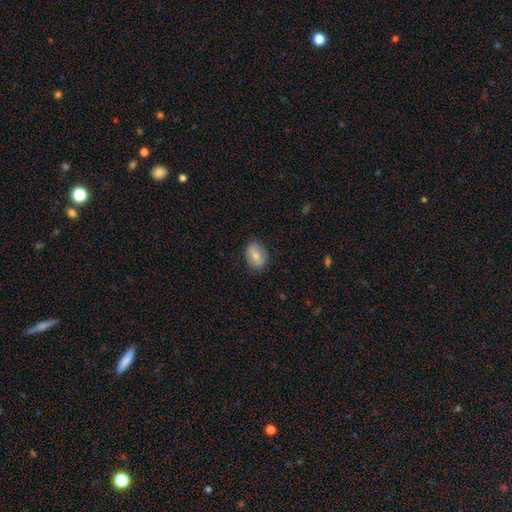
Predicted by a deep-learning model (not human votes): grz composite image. It shows a smooth galaxy with no disk features (66%) that is in between round and cigar-shaped (70%). Merging: none (82%).